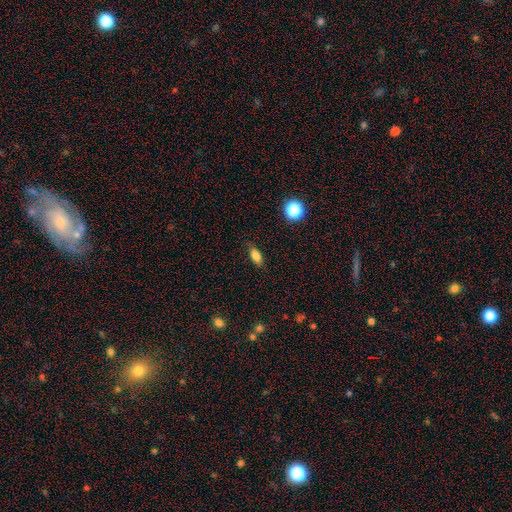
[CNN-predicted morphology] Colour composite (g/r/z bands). It shows a smooth galaxy with no disk features (82%) that is in between round and cigar-shaped (79%). Merging: none (82%).